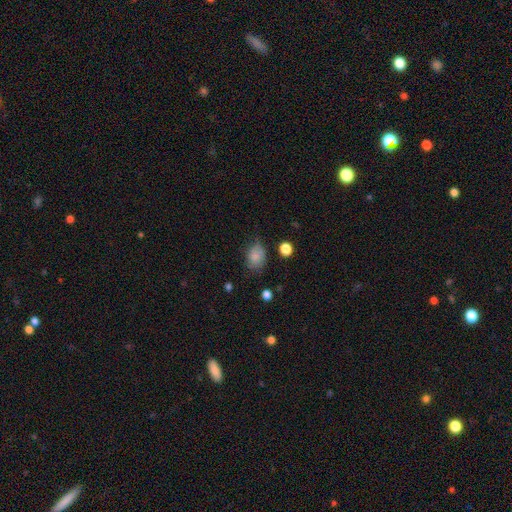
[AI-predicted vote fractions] The model was most divided on "how rounded": in between: 64%, round: 35%, cigar-shaped: 1%. More confident: smooth or featured — smooth (82%); merging — none (62%).